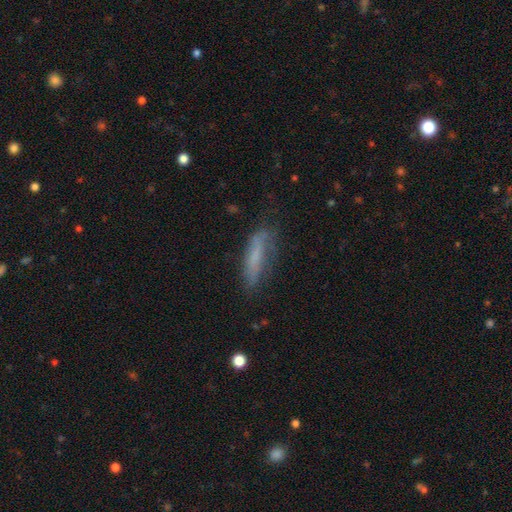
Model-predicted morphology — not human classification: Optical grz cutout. It shows a smooth galaxy with no disk features (60%) that is cigar-shaped (71%). Merging: none (58%).